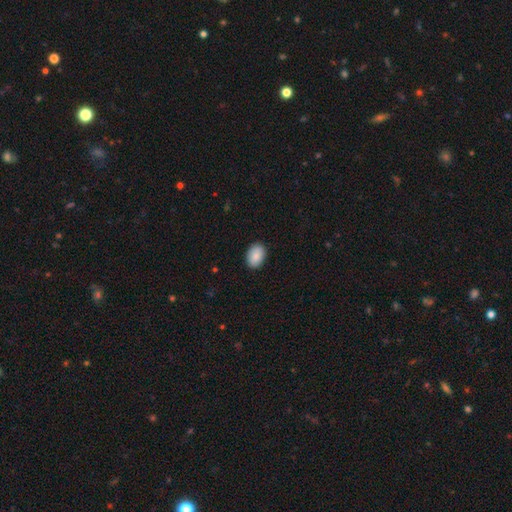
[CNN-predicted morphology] Overall: smooth (90%). How rounded: in between (85%). Merging: none (89%).